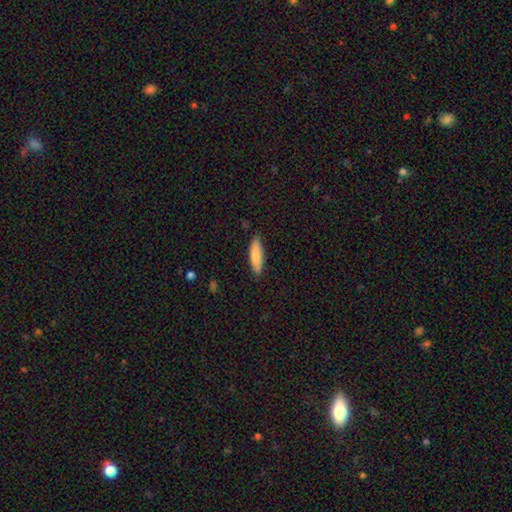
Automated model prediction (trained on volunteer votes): A smooth galaxy with no disk features (79%) that is cigar-shaped (59%).

Vote fractions:
- Smooth or featured? smooth: 79% / featured or disk: 16% / star or artifact: 6%
- How rounded? cigar-shaped: 59% / in between: 39% / round: 2%
- Merging? none: 85% / minor disturbance: 12% / major disturbance: 2% / merger: 1%